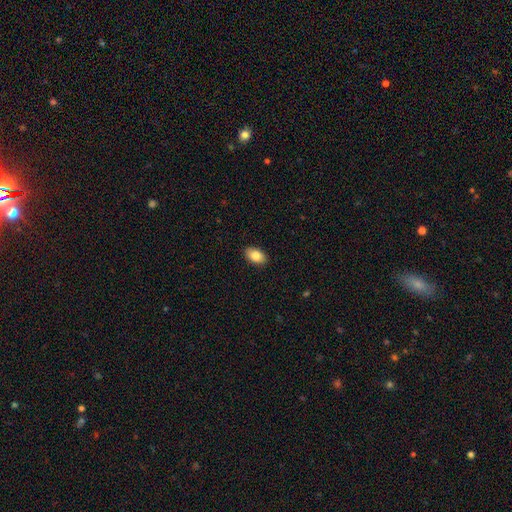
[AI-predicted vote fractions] Overall: smooth (83%). How rounded: in between (92%). Merging: none (90%).